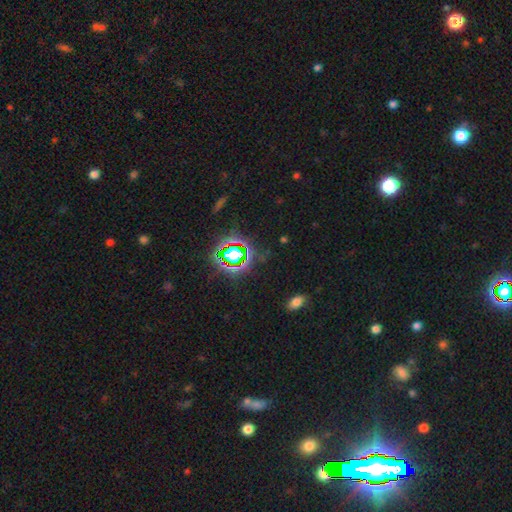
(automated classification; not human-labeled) star or artifact 75%, smooth 17%, featured or disk 8%.